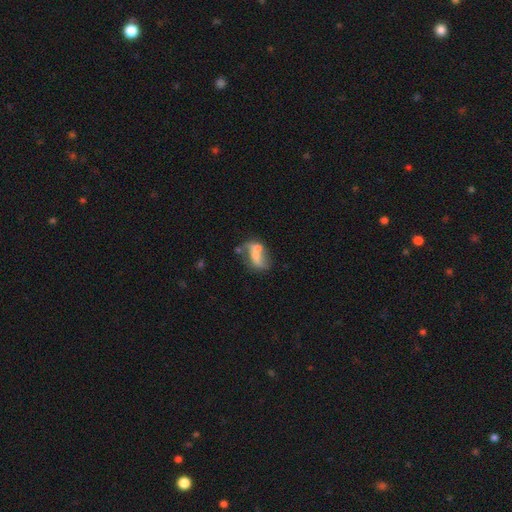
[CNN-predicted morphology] This appears to be a featured or disk galaxy (49%). Merging: merger (33%).